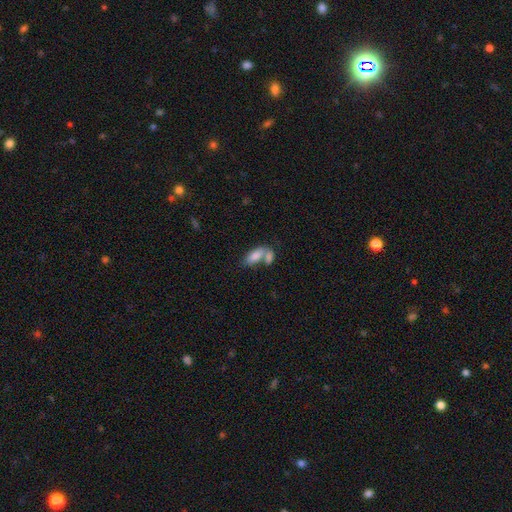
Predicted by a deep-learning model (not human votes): A smooth galaxy with no disk features (79%) that is in between round and cigar-shaped (86%).

Vote fractions:
- Smooth or featured? smooth: 79% / featured or disk: 14% / star or artifact: 8%
- How rounded? in between: 86% / cigar-shaped: 10% / round: 3%
- Merging? merger: 56% / none: 28% / minor disturbance: 9% / major disturbance: 6%